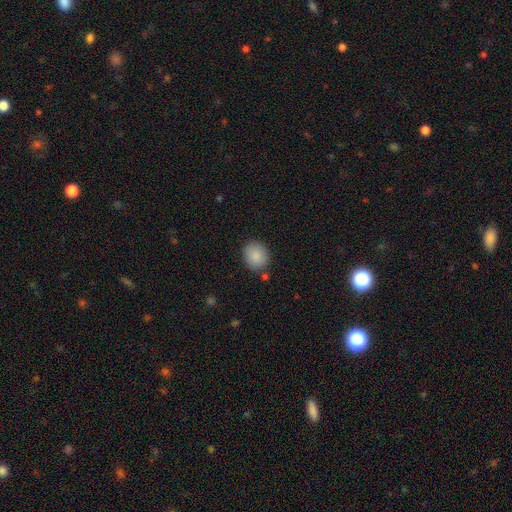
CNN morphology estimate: Smooth or featured?
  - smooth: 88% *
  - star or artifact: 7%
  - featured or disk: 5%
How rounded?
  - round: 74% *
  - in between: 25%
  - cigar-shaped: 1%
Merging?
  - none: 84% *
  - minor disturbance: 10%
  - merger: 3%
  - major disturbance: 3%